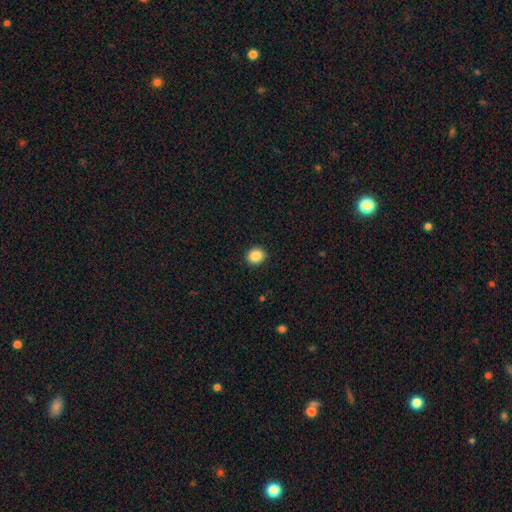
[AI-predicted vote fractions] Smooth or featured? smooth (87%)
How rounded? round (82%)
Merging? none (92%)